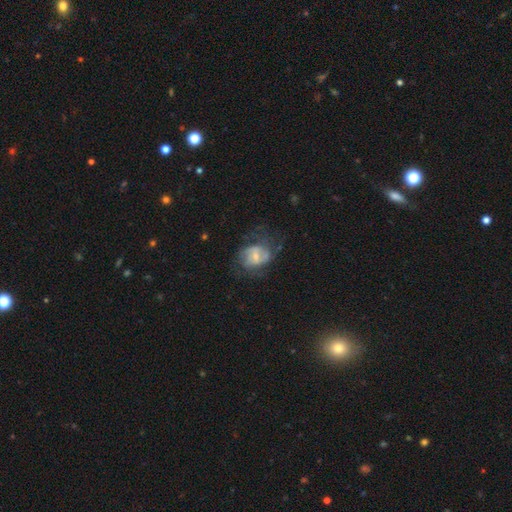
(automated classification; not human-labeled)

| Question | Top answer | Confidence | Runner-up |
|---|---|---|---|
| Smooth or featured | featured or disk | 66% | smooth (26%) |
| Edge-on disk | no | 97% | yes (3%) |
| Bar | weak | 50% | no (35%) |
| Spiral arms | yes | 74% | no (26%) |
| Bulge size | small | 51% | moderate (37%) |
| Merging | none | 50% | major disturbance (25%) |